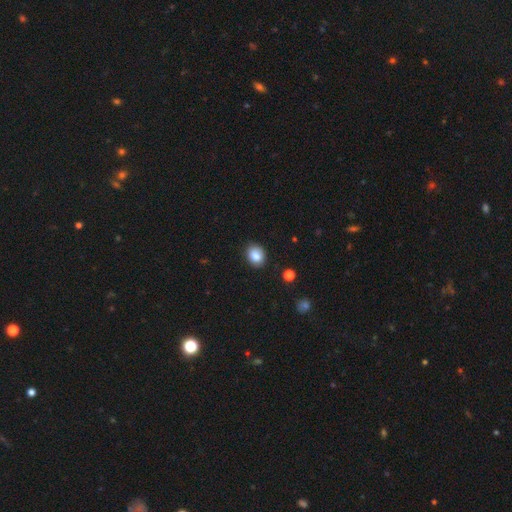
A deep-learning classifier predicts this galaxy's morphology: This is clearly a smooth galaxy (86%). How rounded: possibly in between (51%). Merging: clearly none (86%).